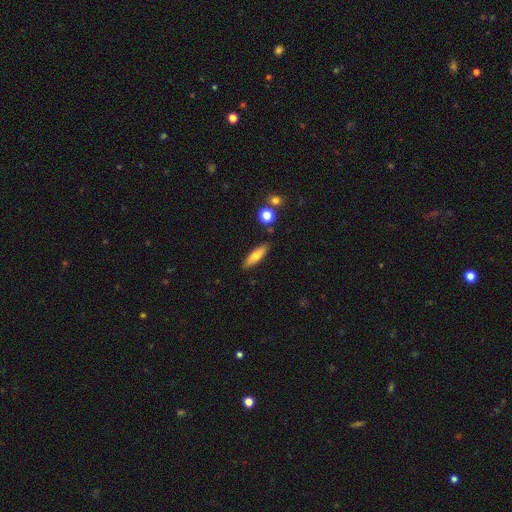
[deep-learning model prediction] Smooth or featured: smooth — 66% (featured or disk — 27%)
How rounded: cigar-shaped — 58% (in between — 39%)
Merging: none — 85% (minor disturbance — 10%)